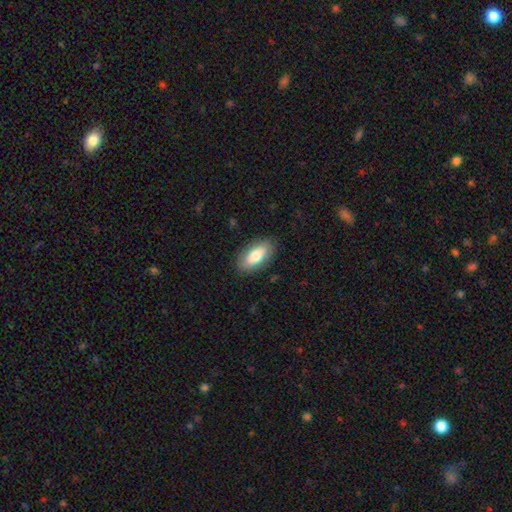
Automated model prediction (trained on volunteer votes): Smooth or featured?
  - smooth: 76% *
  - featured or disk: 17%
  - star or artifact: 6%
How rounded?
  - in between: 88% *
  - cigar-shaped: 9%
  - round: 3%
Merging?
  - none: 86% *
  - minor disturbance: 10%
  - major disturbance: 3%
  - merger: 1%